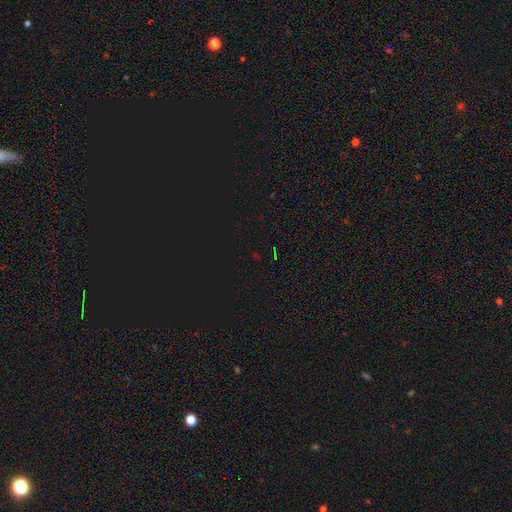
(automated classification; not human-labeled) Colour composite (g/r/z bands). It shows a star or artifact, not a galaxy (76%).